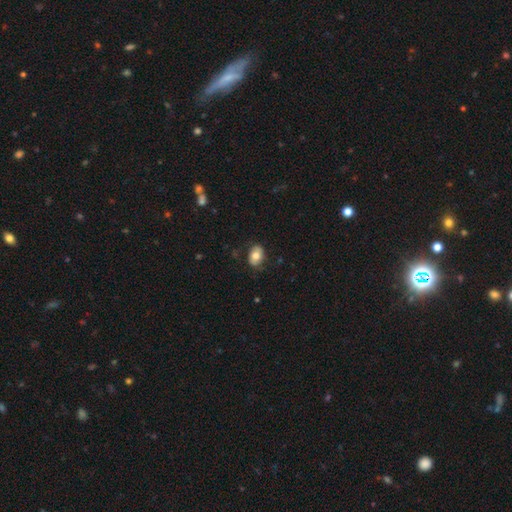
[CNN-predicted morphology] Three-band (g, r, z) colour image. It shows a smooth galaxy with no disk features (70%) that is in between round and cigar-shaped (79%). Merging: none (78%).